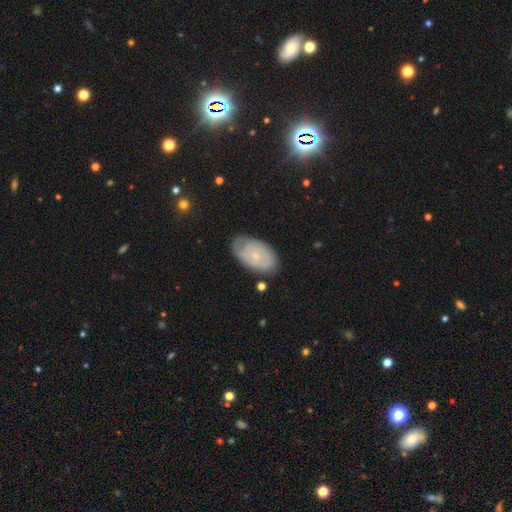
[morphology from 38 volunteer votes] Smooth or featured?
  - featured or disk: 55% *
  - smooth: 39%
  - star or artifact: 5%
Edge-on disk?
  - no: 95% *
  - yes: 5%
Bar?
  - no: 90% *
  - weak: 10%
  - strong: 0%
Spiral arms?
  - yes: 55% *
  - no: 45%
Spiral winding?
  - tight: 91% *
  - medium: 9%
  - loose: 0%
Spiral arm count?
  - can't tell: 64% *
  - 1: 18%
  - 2: 9%
  - 4: 9%
  - 3: 0%
  - more than 4: 0%
Bulge size?
  - small: 60% *
  - moderate: 30%
  - dominant: 5%
  - none: 5%
  - large: 0%
Merging?
  - none: 61% *
  - minor disturbance: 33%
  - major disturbance: 6%
  - merger: 0%